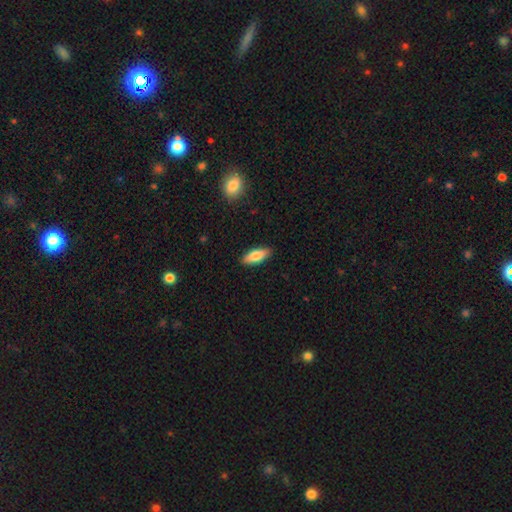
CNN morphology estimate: smooth-or-featured: smooth: 78% | featured or disk: 16% | star or artifact: 6%
  how-rounded: in between: 71% | cigar-shaped: 26% | round: 2%
  merging: none: 89% | minor disturbance: 8% | major disturbance: 2% | merger: 1%